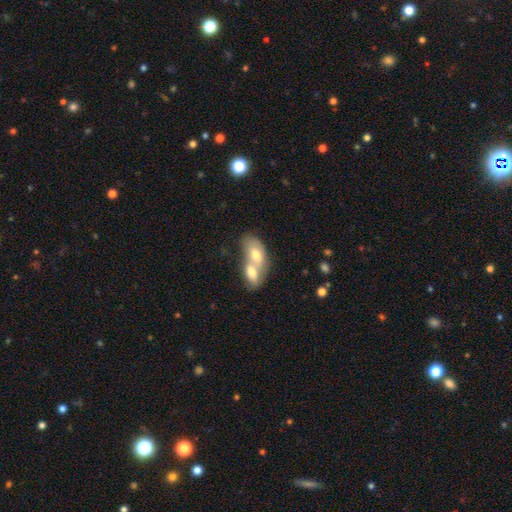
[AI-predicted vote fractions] smooth 64%, featured or disk 30%, star or artifact 7%. Down the decision tree: how rounded — in between (86%); merging — merger (80%).